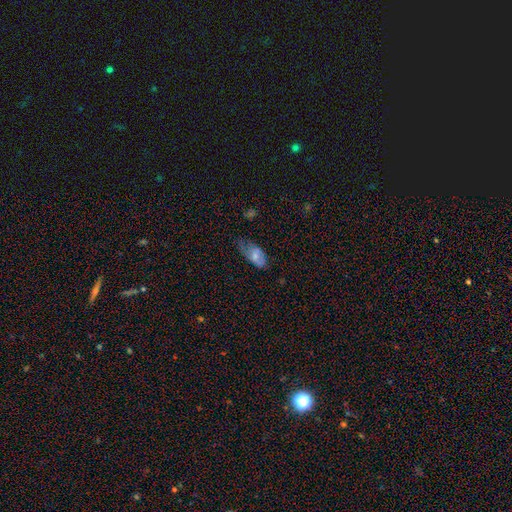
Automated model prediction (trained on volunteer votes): smooth-or-featured: smooth: 69% | featured or disk: 24% | star or artifact: 8%
  how-rounded: in between: 92% | cigar-shaped: 5% | round: 4%
  merging: minor disturbance: 40% | none: 37% | major disturbance: 20% | merger: 2%